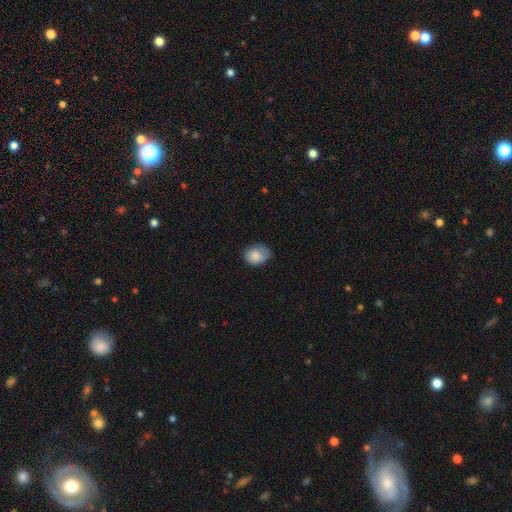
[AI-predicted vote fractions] Smooth or featured?
  - smooth: 83% *
  - featured or disk: 9%
  - star or artifact: 8%
How rounded?
  - in between: 57% *
  - round: 42%
  - cigar-shaped: 1%
Merging?
  - none: 56% *
  - minor disturbance: 34%
  - major disturbance: 9%
  - merger: 1%